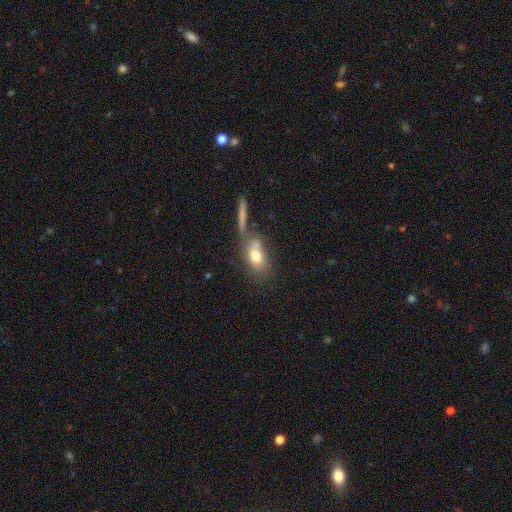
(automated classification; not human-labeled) Smooth or featured? Predicted: smooth (p=0.73). How rounded? Predicted: in between (p=0.72). Merging? Predicted: none (p=0.43).